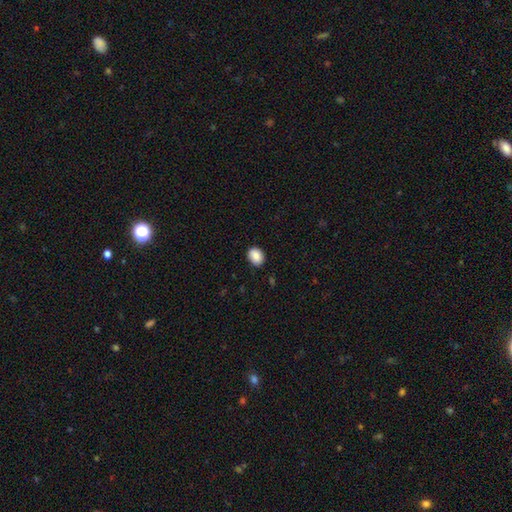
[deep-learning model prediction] A smooth galaxy with no disk features (88%) that is in between round and cigar-shaped (56%). Merging: none (87%).